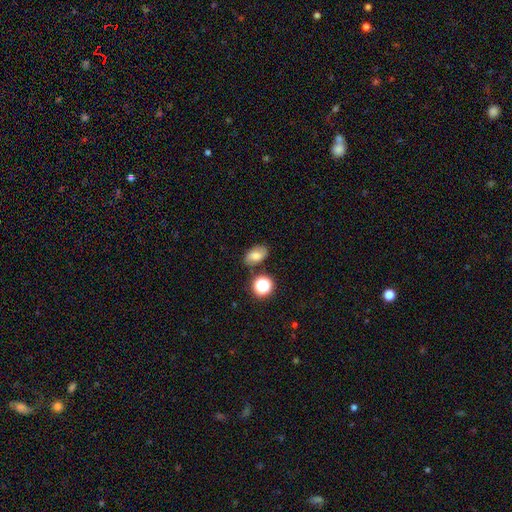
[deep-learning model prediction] Smooth or featured?
  - smooth: 66% *
  - featured or disk: 19%
  - star or artifact: 15%
How rounded?
  - in between: 81% *
  - round: 17%
  - cigar-shaped: 2%
Merging?
  - none: 76% *
  - minor disturbance: 14%
  - merger: 6%
  - major disturbance: 4%